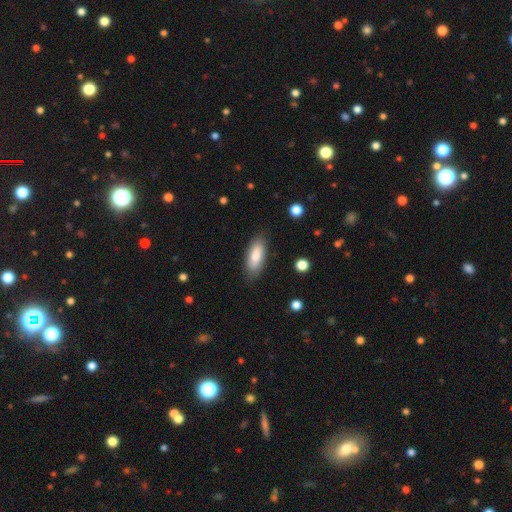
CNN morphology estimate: smooth 80%, featured or disk 14%, star or artifact 6%. Down the decision tree: how rounded — in between (79%); merging — none (83%).